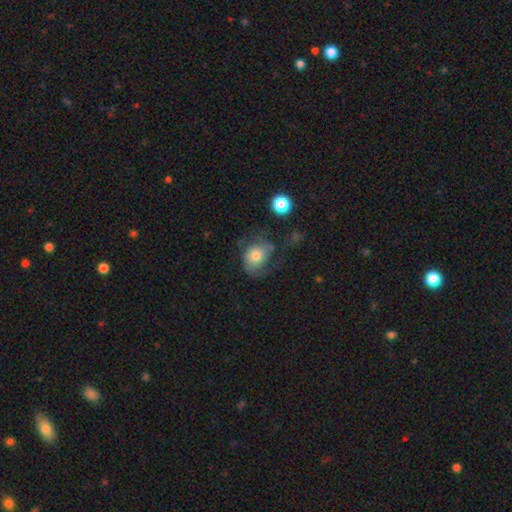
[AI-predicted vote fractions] This is likely a smooth galaxy (64%). How rounded: possibly in between (50%). Merging: marginally major disturbance (35%).